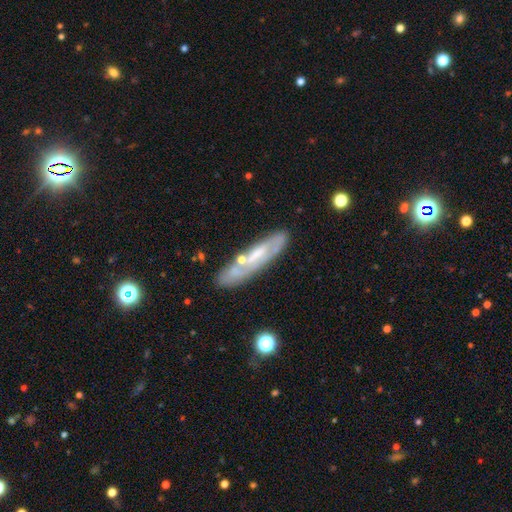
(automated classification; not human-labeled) smooth-or-featured: featured or disk: 57% | smooth: 35% | star or artifact: 8%
  disk-edge-on: no: 57% | yes: 43%
  merging: none: 71% | minor disturbance: 16% | merger: 8% | major disturbance: 6%